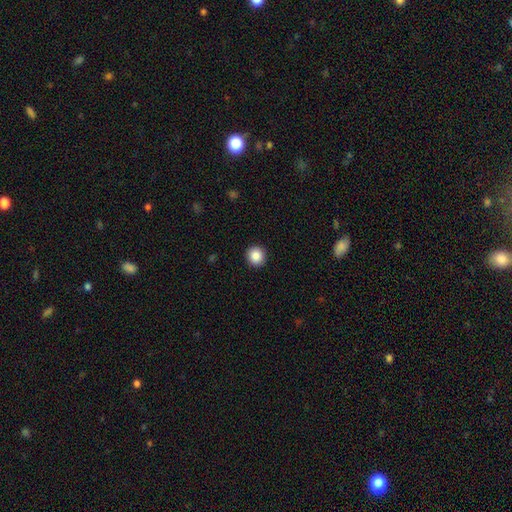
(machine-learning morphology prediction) Smooth or featured? smooth (87%)
How rounded? round (92%)
Merging? none (92%)